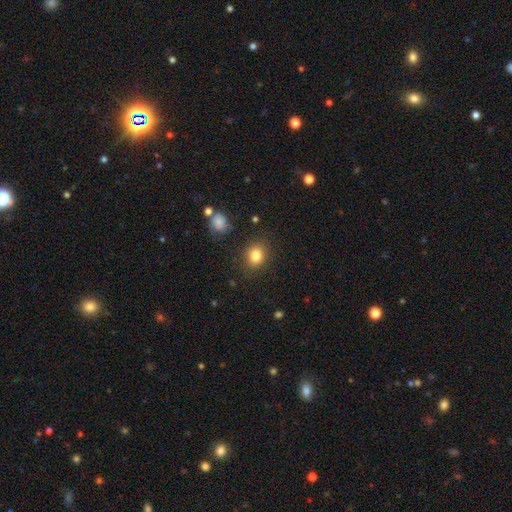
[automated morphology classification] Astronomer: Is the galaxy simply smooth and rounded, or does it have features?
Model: smooth — 83%.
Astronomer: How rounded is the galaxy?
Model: round — 58% (runner-up: in between, 41%).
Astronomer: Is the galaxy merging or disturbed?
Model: none — 85%.